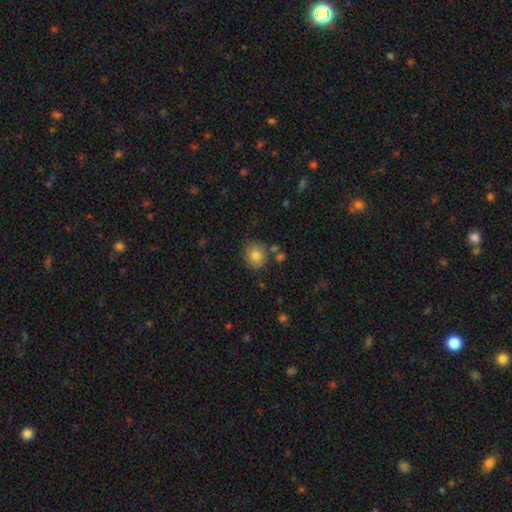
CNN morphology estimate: Smooth or featured? Predicted: smooth (p=0.80). How rounded? Predicted: round (p=0.82). Merging? Predicted: none (p=0.78).